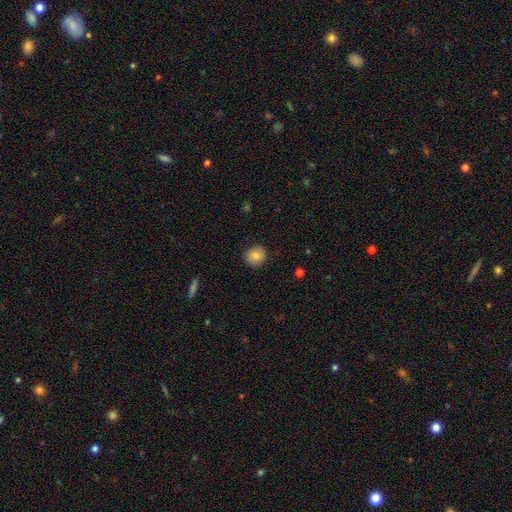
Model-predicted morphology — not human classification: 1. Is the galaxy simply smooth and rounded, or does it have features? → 84% smooth, 8% star or artifact, 7% featured or disk.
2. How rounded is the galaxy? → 84% round, 15% in between, 1% cigar-shaped.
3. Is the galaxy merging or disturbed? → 89% none, 8% minor disturbance, 2% major disturbance, 1% merger.